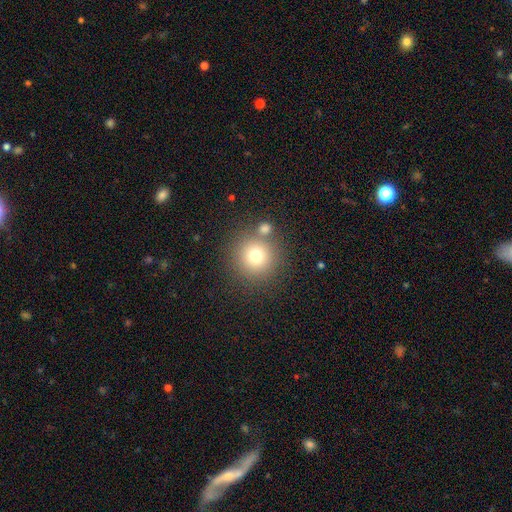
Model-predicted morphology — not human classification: Smooth or featured?
  - smooth: 74% *
  - star or artifact: 15%
  - featured or disk: 11%
How rounded?
  - round: 95% *
  - in between: 4%
  - cigar-shaped: 1%
Merging?
  - none: 77% *
  - merger: 12%
  - minor disturbance: 8%
  - major disturbance: 3%